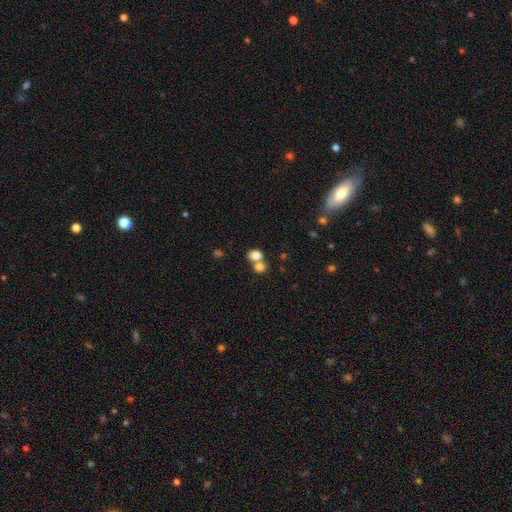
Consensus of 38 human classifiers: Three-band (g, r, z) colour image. It shows a smooth galaxy with no disk features (79%) that is round (73%). Merging: merger (54%).